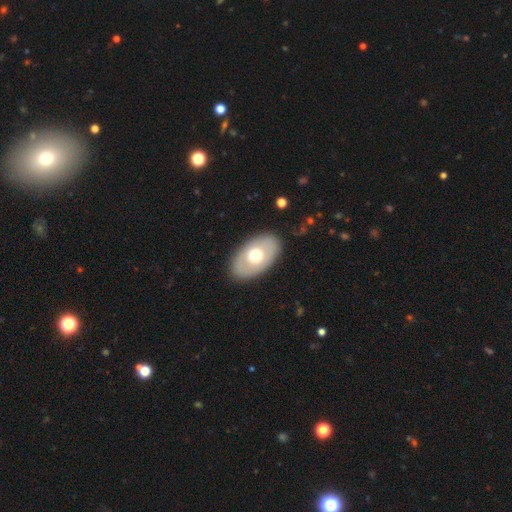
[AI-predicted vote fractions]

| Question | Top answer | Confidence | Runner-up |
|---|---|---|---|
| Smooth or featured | smooth | 57% | featured or disk (37%) |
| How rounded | in between | 90% | round (9%) |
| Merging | none | 86% | minor disturbance (9%) |